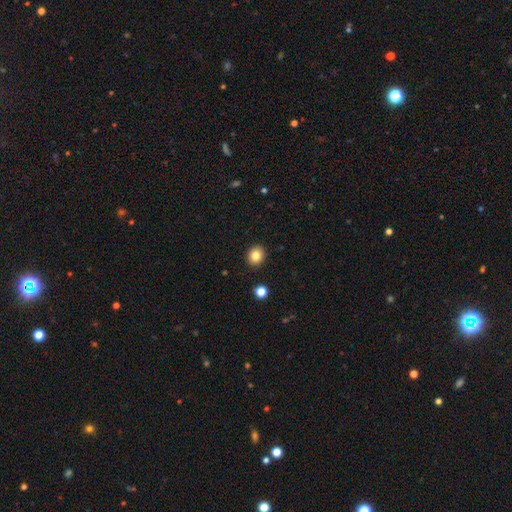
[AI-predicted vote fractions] smooth-or-featured: smooth: 83% | star or artifact: 10% | featured or disk: 7%
  how-rounded: round: 67% | in between: 32% | cigar-shaped: 1%
  merging: none: 91% | minor disturbance: 6% | major disturbance: 2% | merger: 1%